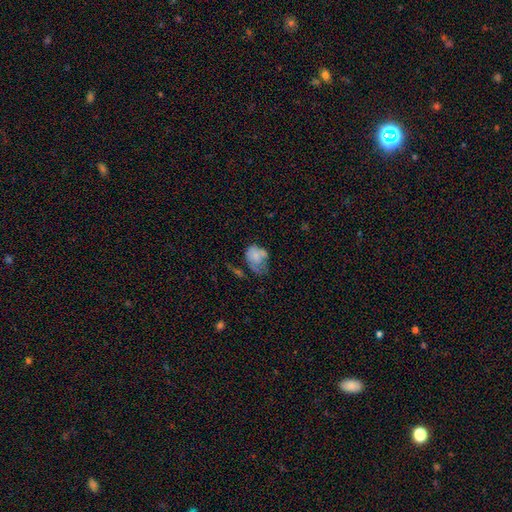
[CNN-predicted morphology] Q: Smooth or featured?
A: smooth (65%); runner-up: featured or disk (25%)
Q: How rounded?
A: in between (65%); runner-up: round (34%)
Q: Merging?
A: minor disturbance (32%); runner-up: major disturbance (31%)